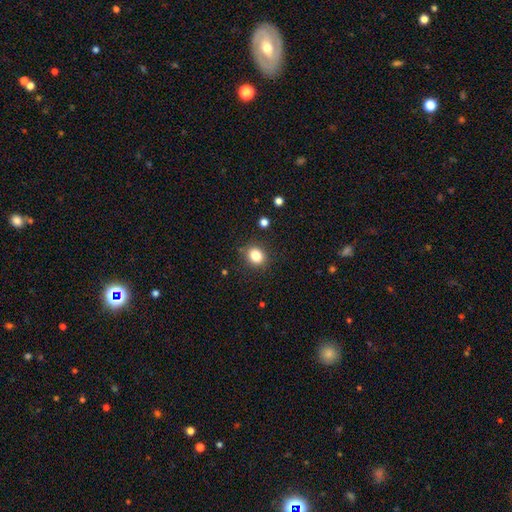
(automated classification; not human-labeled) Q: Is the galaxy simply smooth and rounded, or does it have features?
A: smooth — 83%.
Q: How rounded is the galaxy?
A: round — 64%.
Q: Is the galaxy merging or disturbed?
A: none — 85%.